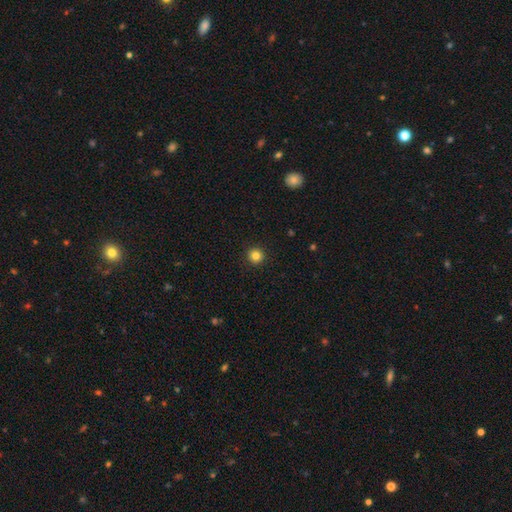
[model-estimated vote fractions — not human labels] smooth-or-featured: smooth: 83% | star or artifact: 12% | featured or disk: 5%
  how-rounded: round: 95% | in between: 4% | cigar-shaped: 1%
  merging: none: 93% | minor disturbance: 4% | major disturbance: 2% | merger: 1%